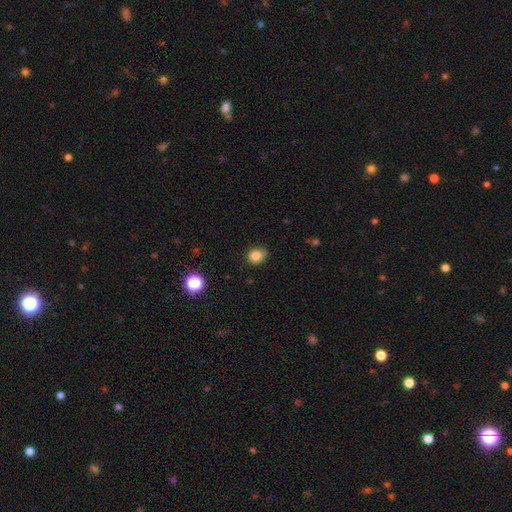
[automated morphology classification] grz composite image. It shows a smooth galaxy with no disk features (83%) that is round (71%). Merging: none (78%).